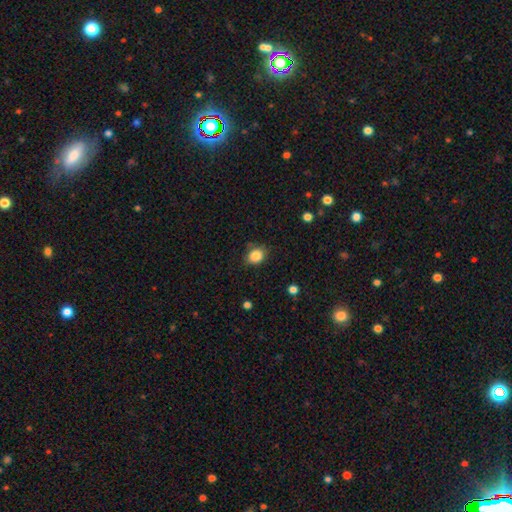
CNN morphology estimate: smooth_or_featured: smooth (p=0.85) [alt: star or artifact p=0.10]
how_rounded: round (p=0.56) [alt: in between p=0.43]
merging: none (p=0.75) [alt: minor disturbance p=0.19]